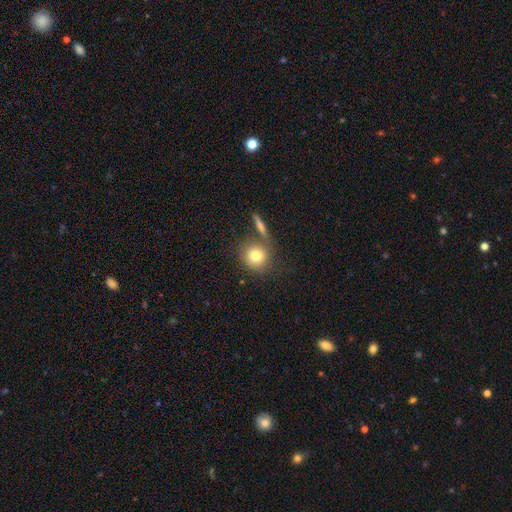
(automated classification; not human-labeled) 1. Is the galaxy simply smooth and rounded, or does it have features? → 79% smooth, 12% featured or disk, 9% star or artifact.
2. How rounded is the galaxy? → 86% round, 13% in between, 1% cigar-shaped.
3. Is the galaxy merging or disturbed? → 65% none, 18% merger, 12% minor disturbance, 5% major disturbance.